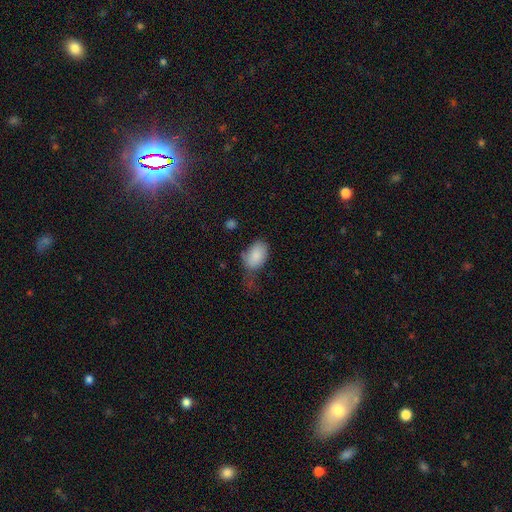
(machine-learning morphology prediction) Smooth or featured?
  - smooth: 86% *
  - featured or disk: 7%
  - star or artifact: 7%
How rounded?
  - in between: 87% *
  - round: 11%
  - cigar-shaped: 1%
Merging?
  - none: 40% *
  - minor disturbance: 35%
  - major disturbance: 19%
  - merger: 5%